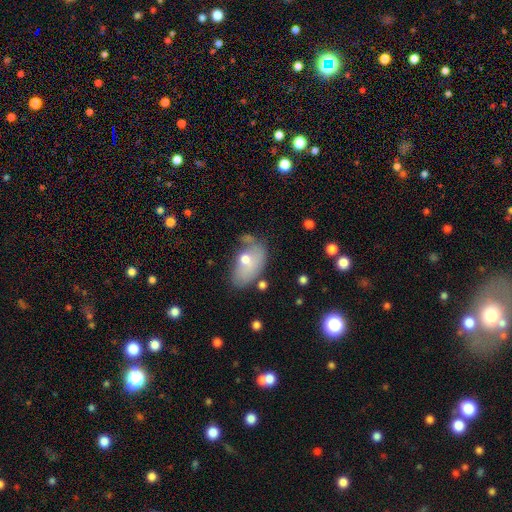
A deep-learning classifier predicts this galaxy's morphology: A smooth galaxy with no disk features (61%) that is in between round and cigar-shaped (88%).

Vote fractions:
- Smooth or featured? smooth: 61% / featured or disk: 29% / star or artifact: 10%
- How rounded? in between: 88% / round: 9% / cigar-shaped: 2%
- Merging? none: 49% / minor disturbance: 26% / major disturbance: 14% / merger: 11%